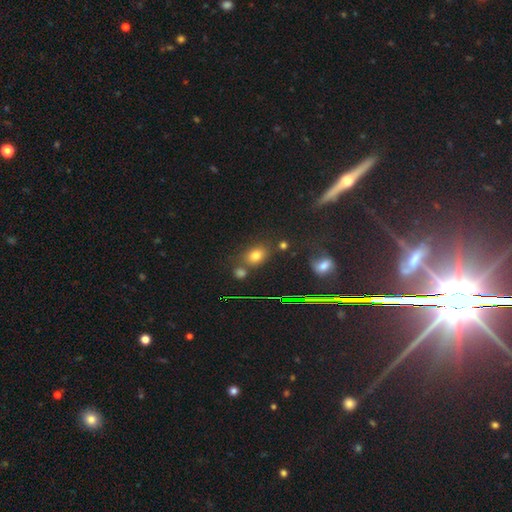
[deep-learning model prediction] A smooth galaxy with no disk features (71%) that is in between round and cigar-shaped (60%).

Vote fractions:
- Smooth or featured? smooth: 71% / star or artifact: 19% / featured or disk: 10%
- How rounded? in between: 60% / round: 38% / cigar-shaped: 2%
- Merging? none: 67% / merger: 16% / minor disturbance: 13% / major disturbance: 5%